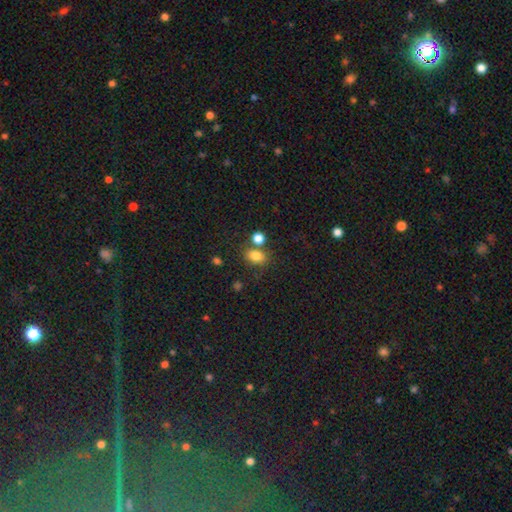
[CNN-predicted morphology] This appears to be a smooth galaxy with no disk features (80%) that is in between round and cigar-shaped (63%). Merging: none (64%).